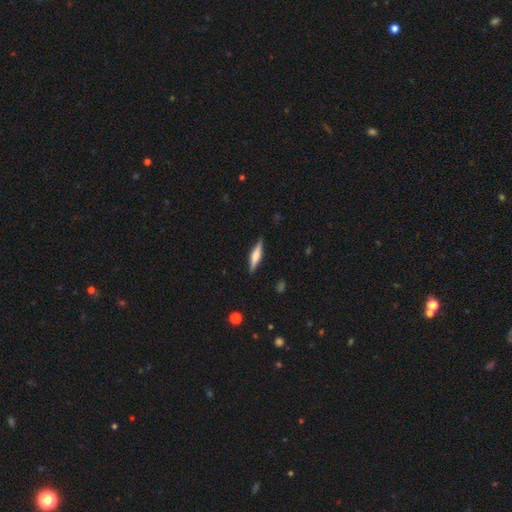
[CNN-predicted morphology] type=featured or disk (49%); merging=none (88%).